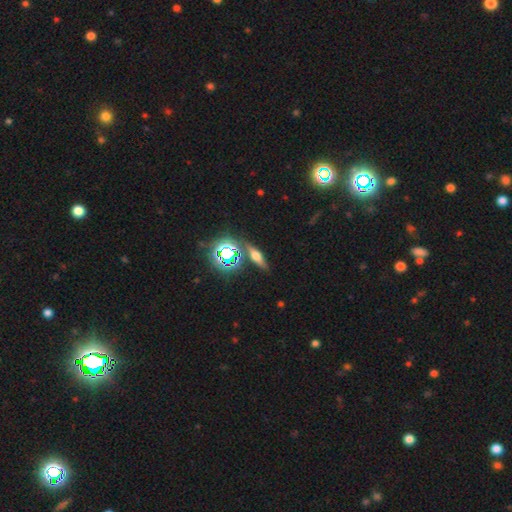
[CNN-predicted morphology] A featured or disk galaxy (38%).

Vote fractions:
- Smooth or featured? featured or disk: 38% / smooth: 35% / star or artifact: 27%
- Merging? none: 80% / minor disturbance: 11% / merger: 5% / major disturbance: 4%